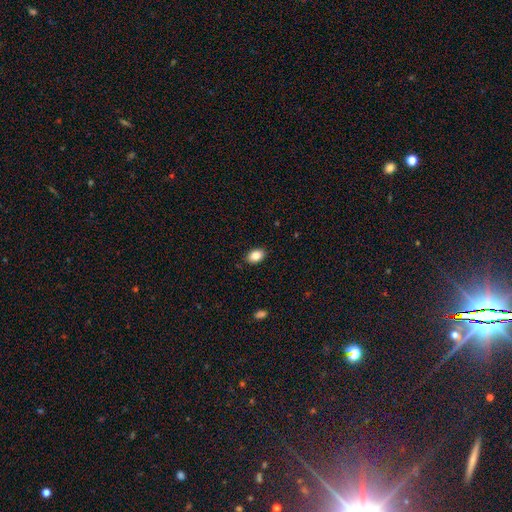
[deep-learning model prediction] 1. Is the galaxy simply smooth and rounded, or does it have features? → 86% smooth, 8% star or artifact, 6% featured or disk.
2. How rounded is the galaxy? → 85% in between, 14% round, 1% cigar-shaped.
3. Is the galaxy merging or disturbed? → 88% none, 9% minor disturbance, 2% major disturbance, 1% merger.